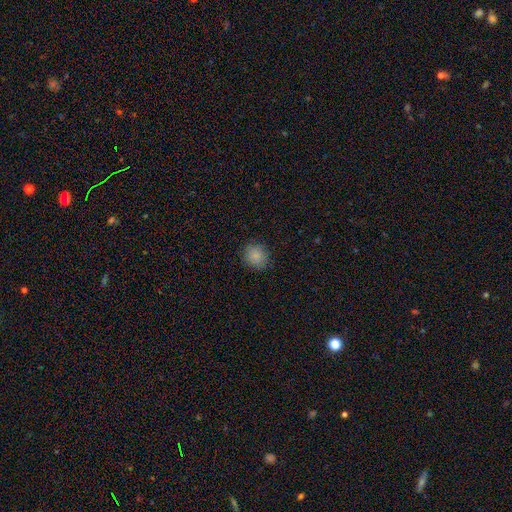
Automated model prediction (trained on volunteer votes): A smooth galaxy with no disk features (85%) that is round (84%). Merging: none (86%).